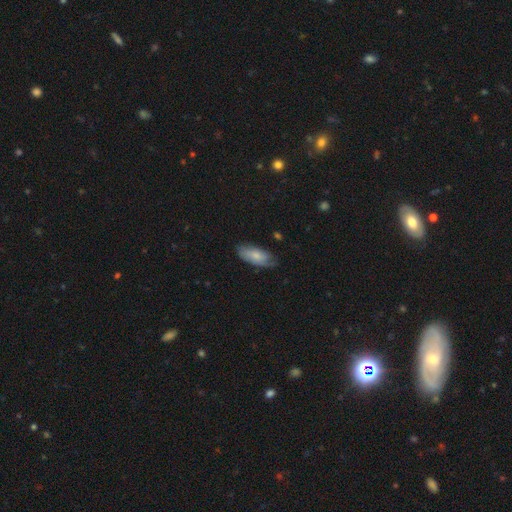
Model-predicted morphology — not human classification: smooth_or_featured: smooth (p=0.70) [alt: featured or disk p=0.24]
how_rounded: in between (p=0.85) [alt: cigar-shaped p=0.13]
merging: none (p=0.67) [alt: minor disturbance p=0.27]